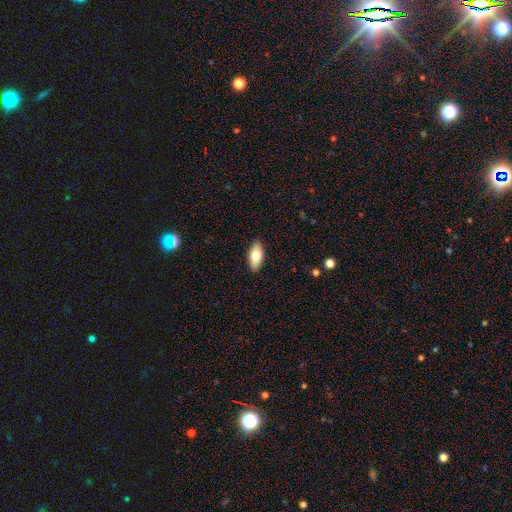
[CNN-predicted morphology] This is likely a smooth galaxy (75%). How rounded: clearly in between (89%). Merging: clearly none (90%).